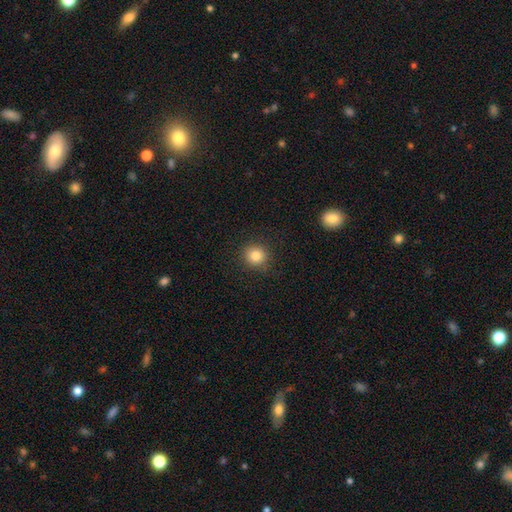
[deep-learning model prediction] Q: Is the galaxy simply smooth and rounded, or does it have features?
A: smooth — 83%.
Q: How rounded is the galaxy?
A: round — 90%.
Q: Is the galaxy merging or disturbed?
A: none — 89%.